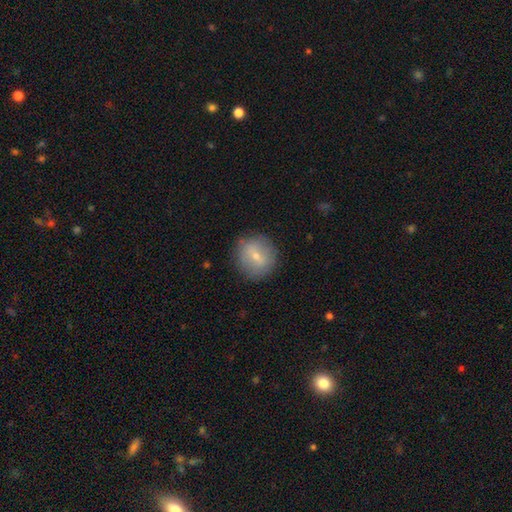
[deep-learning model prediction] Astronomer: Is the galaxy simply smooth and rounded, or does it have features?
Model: smooth — 59%.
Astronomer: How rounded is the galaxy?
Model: round — 86%.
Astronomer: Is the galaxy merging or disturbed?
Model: none — 84%.